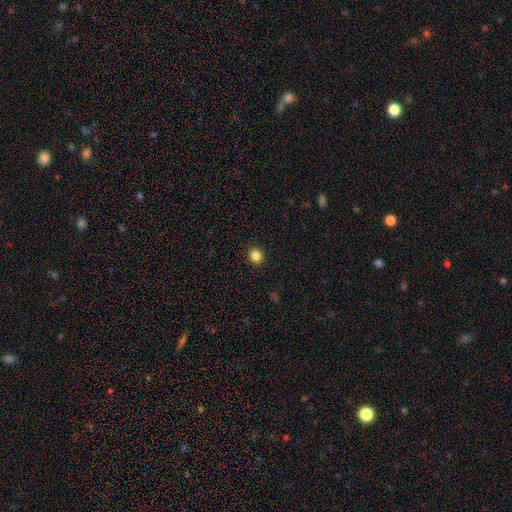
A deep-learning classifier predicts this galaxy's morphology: Smooth or featured?
  - smooth: 85% *
  - star or artifact: 11%
  - featured or disk: 4%
How rounded?
  - round: 85% *
  - in between: 14%
  - cigar-shaped: 1%
Merging?
  - none: 92% *
  - minor disturbance: 5%
  - major disturbance: 2%
  - merger: 1%